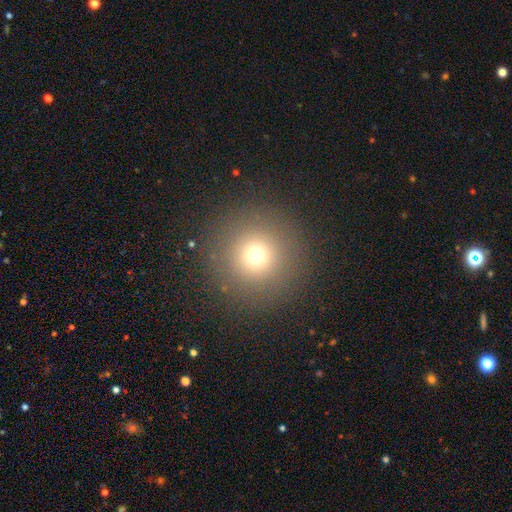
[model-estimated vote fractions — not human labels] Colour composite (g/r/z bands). It shows a smooth galaxy with no disk features (69%) that is round (96%). Merging: none (90%).